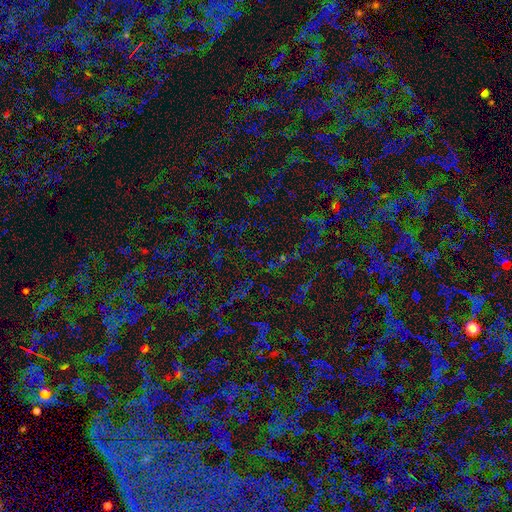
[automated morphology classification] The model was most divided on "smooth or featured": star or artifact: 72%, smooth: 19%, featured or disk: 9%.